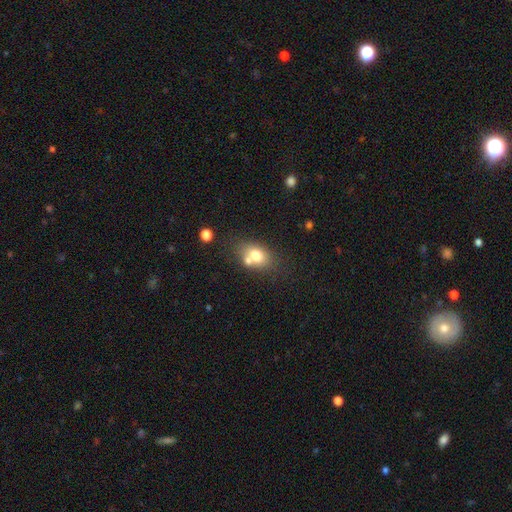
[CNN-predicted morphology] Smooth or featured: smooth — 71% (featured or disk — 18%)
How rounded: in between — 68% (round — 30%)
Merging: none — 50% (merger — 32%)